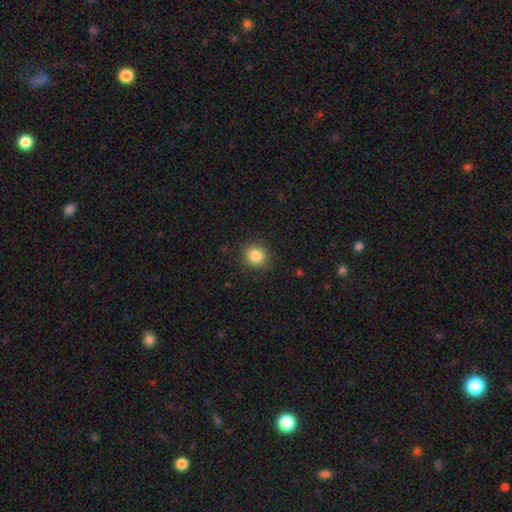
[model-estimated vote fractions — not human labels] Smooth or featured? Predicted: smooth (p=0.85). How rounded? Predicted: round (p=0.84). Merging? Predicted: none (p=0.88).